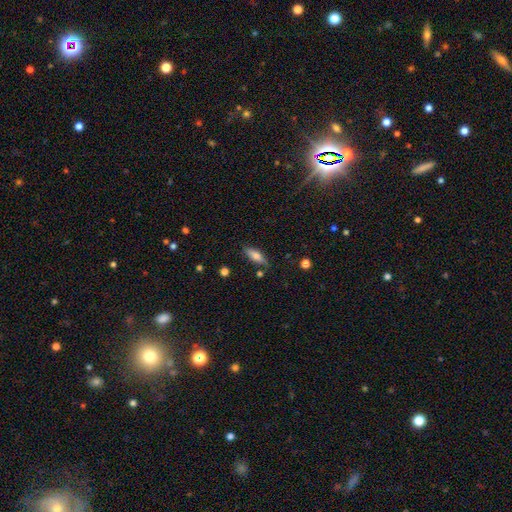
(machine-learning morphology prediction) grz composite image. It shows a smooth galaxy with no disk features (70%) that is in between round and cigar-shaped (57%). Merging: none (72%).